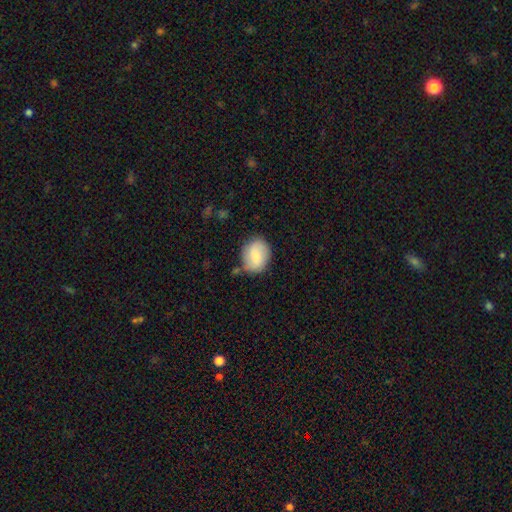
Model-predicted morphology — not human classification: This is likely a smooth galaxy (74%). How rounded: possibly round (51%). Merging: likely none (71%).